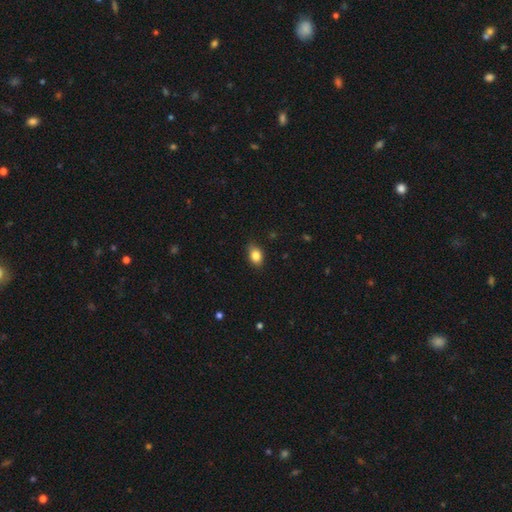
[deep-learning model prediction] Morphology: type=smooth (84%); roundness=in between (74%); merging=none (80%).